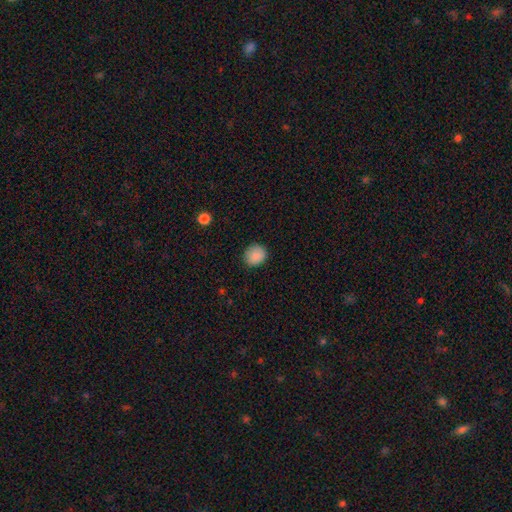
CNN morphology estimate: Smooth or featured: smooth — 88% (star or artifact — 8%)
How rounded: round — 78% (in between — 21%)
Merging: none — 86% (minor disturbance — 11%)